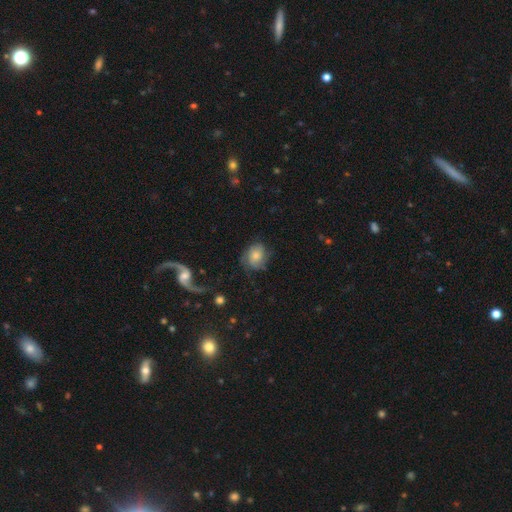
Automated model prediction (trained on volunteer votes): A featured or disk galaxy (50%). Merging: none (61%).